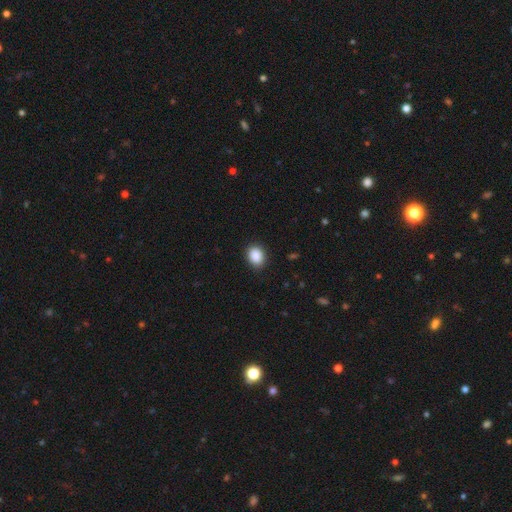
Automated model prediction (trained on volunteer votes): This is clearly a smooth galaxy (89%). How rounded: possibly in between (54%). Merging: clearly none (88%).